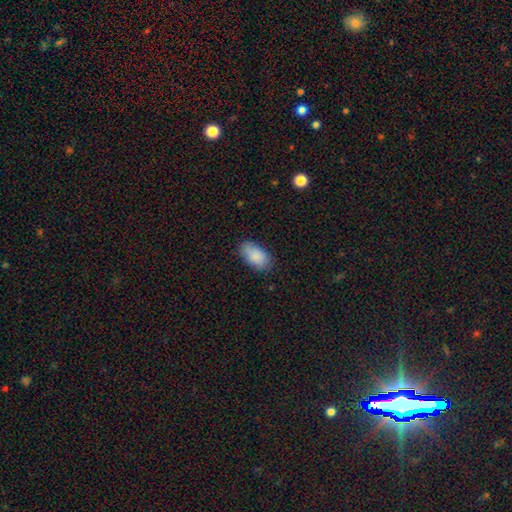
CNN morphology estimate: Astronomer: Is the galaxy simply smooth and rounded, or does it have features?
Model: smooth — 88%.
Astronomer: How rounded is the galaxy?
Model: in between — 94%.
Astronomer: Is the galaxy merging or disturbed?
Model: none — 81%.